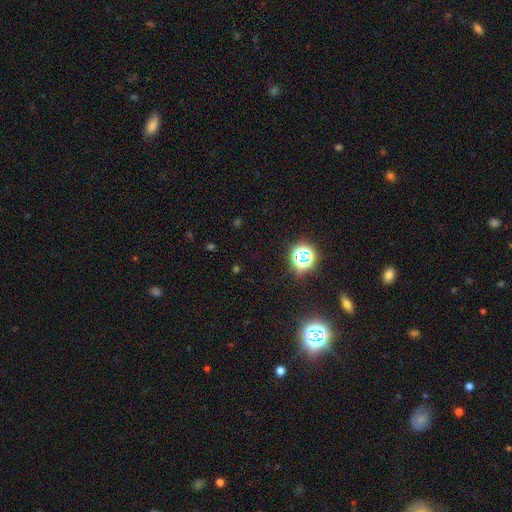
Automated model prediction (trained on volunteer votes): This is likely a star or artifact rather than a galaxy (67%).